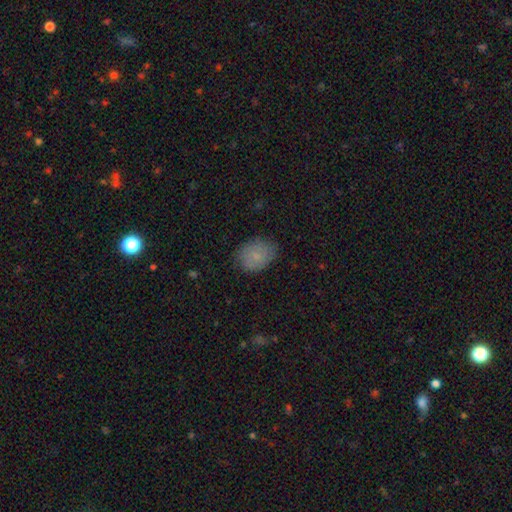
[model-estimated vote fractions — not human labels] Q: Smooth or featured?
A: smooth (79%); runner-up: featured or disk (12%)
Q: How rounded?
A: in between (63%); runner-up: round (36%)
Q: Merging?
A: none (77%); runner-up: minor disturbance (18%)